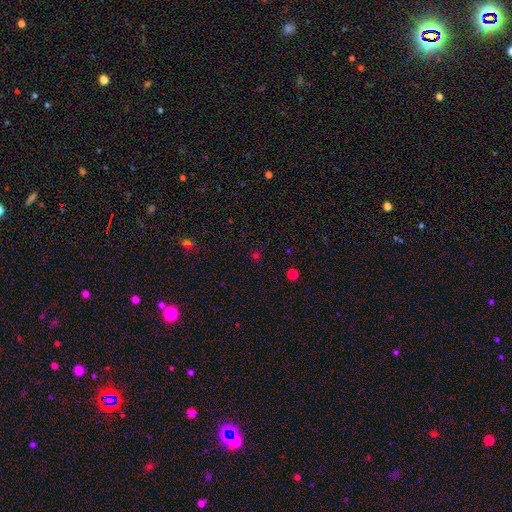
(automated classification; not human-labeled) Smooth or featured: smooth — 51% (star or artifact — 44%)
How rounded: round — 89% (in between — 10%)
Merging: none — 85% (minor disturbance — 8%)